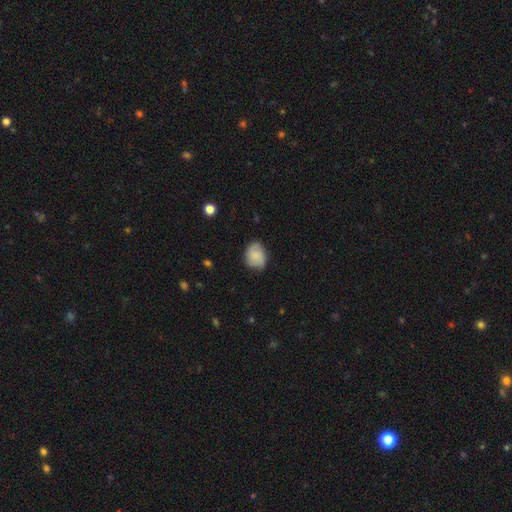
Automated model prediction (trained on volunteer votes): Smooth or featured? Predicted: smooth (p=0.70). How rounded? Predicted: in between (p=0.53). Merging? Predicted: none (p=0.69).